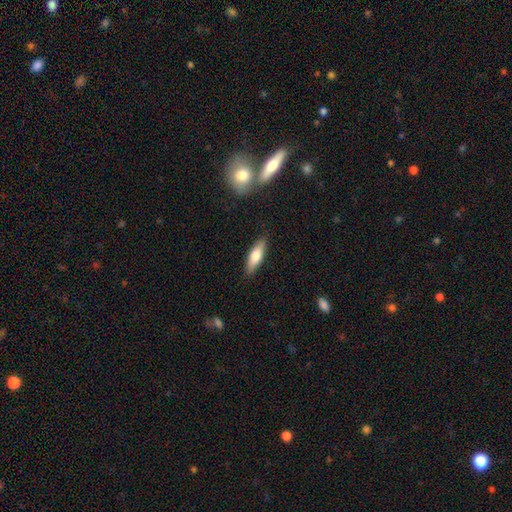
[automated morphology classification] smooth 70%, featured or disk 24%, star or artifact 6%. Down the decision tree: how rounded — in between (50%); merging — none (88%).